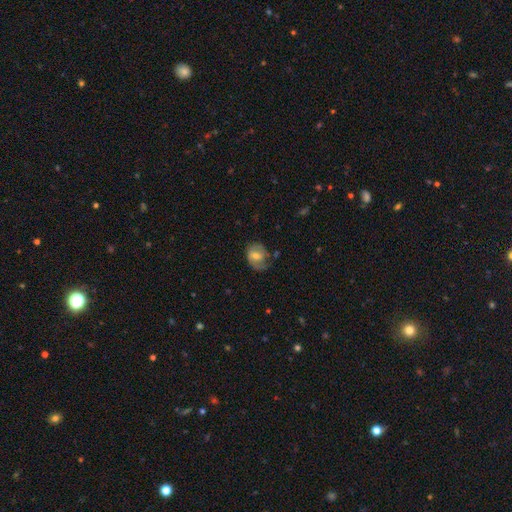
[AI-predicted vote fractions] Overall: featured or disk (49%; smooth 43%). Merging: none (50%; minor disturbance 29%).